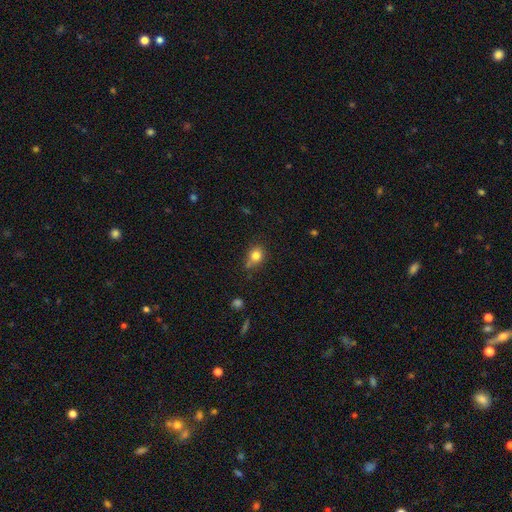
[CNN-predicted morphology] Smooth or featured? Predicted: smooth (p=0.80). How rounded? Predicted: round (p=0.66). Merging? Predicted: none (p=0.64).